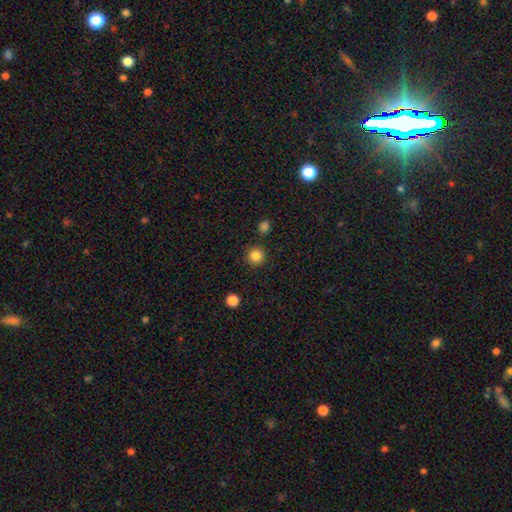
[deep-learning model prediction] smooth 85%, star or artifact 12%, featured or disk 3%. Down the decision tree: how rounded — round (95%); merging — none (89%).